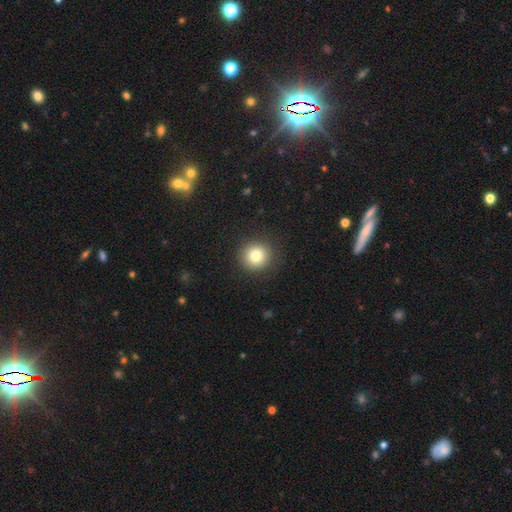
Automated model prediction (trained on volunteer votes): This is clearly a smooth galaxy (81%). How rounded: clearly round (93%). Merging: clearly none (90%).